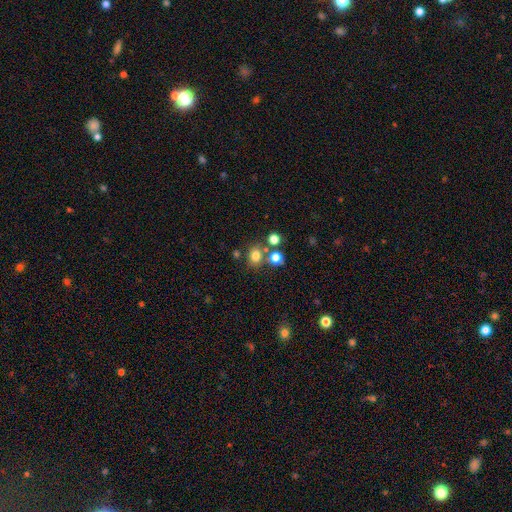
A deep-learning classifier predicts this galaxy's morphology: Smooth or featured: smooth — 76% (star or artifact — 16%)
How rounded: round — 71% (in between — 28%)
Merging: none — 68% (merger — 18%)